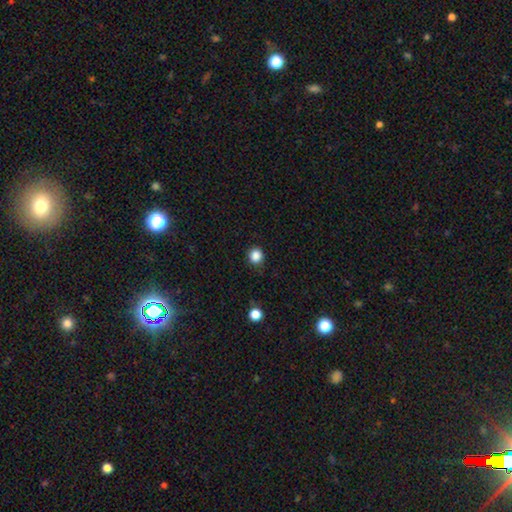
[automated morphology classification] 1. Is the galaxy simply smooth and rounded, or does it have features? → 86% smooth, 11% star or artifact, 3% featured or disk.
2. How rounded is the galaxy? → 88% round, 12% in between, 1% cigar-shaped.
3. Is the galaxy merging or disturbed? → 89% none, 8% minor disturbance, 2% major disturbance, 1% merger.